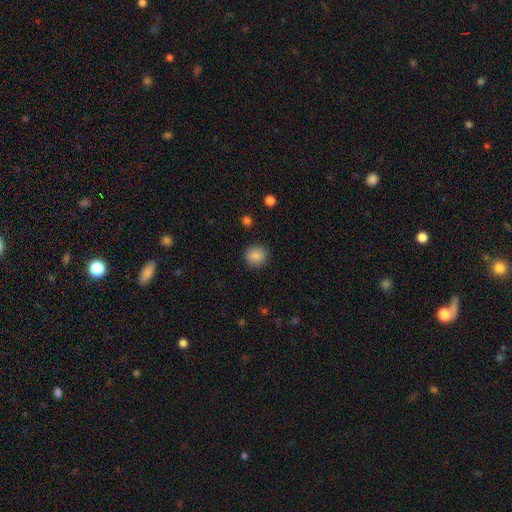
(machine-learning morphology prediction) The model was most divided on "smooth or featured": smooth: 87%, star or artifact: 9%, featured or disk: 4%. More confident: merging — none (90%); how rounded — round (88%).